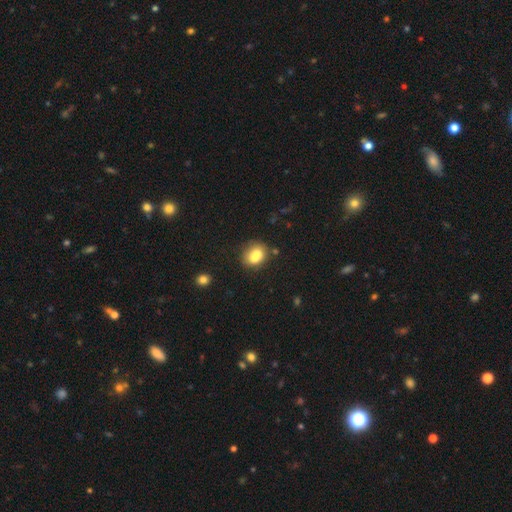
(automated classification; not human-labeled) smooth_or_featured: smooth (p=0.75) [alt: featured or disk p=0.15]
how_rounded: in between (p=0.53) [alt: round p=0.46]
merging: none (p=0.46) [alt: merger p=0.31]